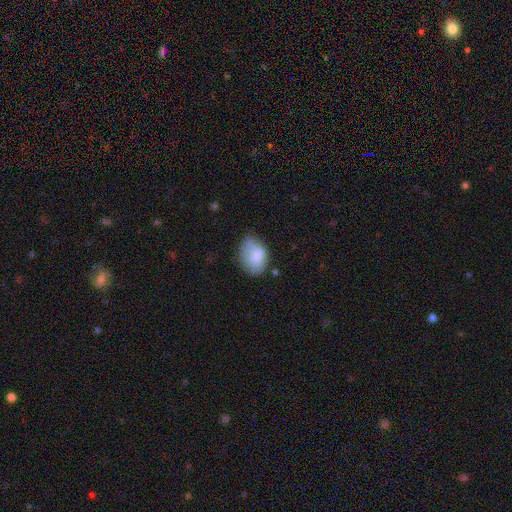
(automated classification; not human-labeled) Smooth or featured: smooth — 78% (featured or disk — 15%)
How rounded: in between — 78% (round — 21%)
Merging: none — 50% (minor disturbance — 35%)